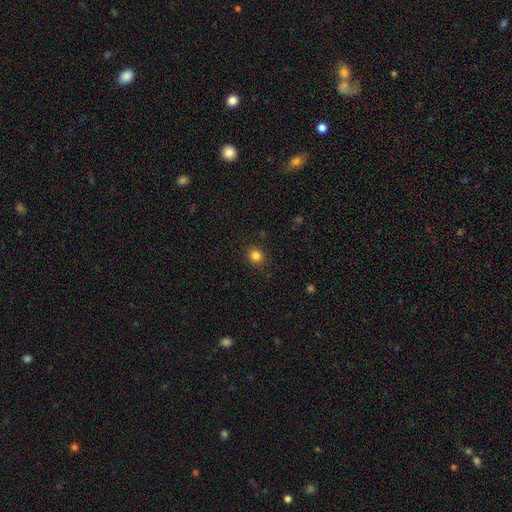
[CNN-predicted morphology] Smooth or featured? smooth (84%)
How rounded? round (78%)
Merging? none (90%)